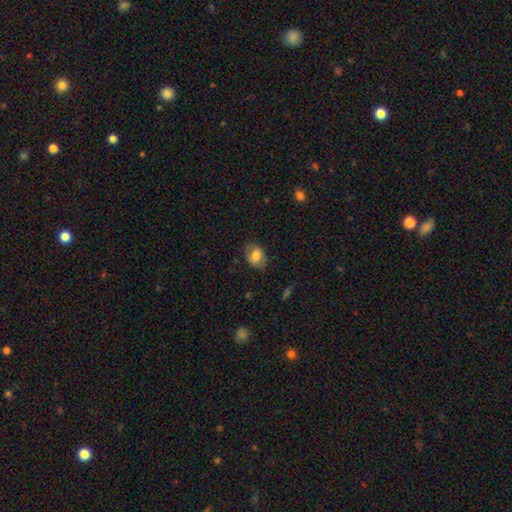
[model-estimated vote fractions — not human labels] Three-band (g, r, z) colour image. It shows a smooth galaxy with no disk features (74%) that is in between round and cigar-shaped (74%). Merging: none (79%).